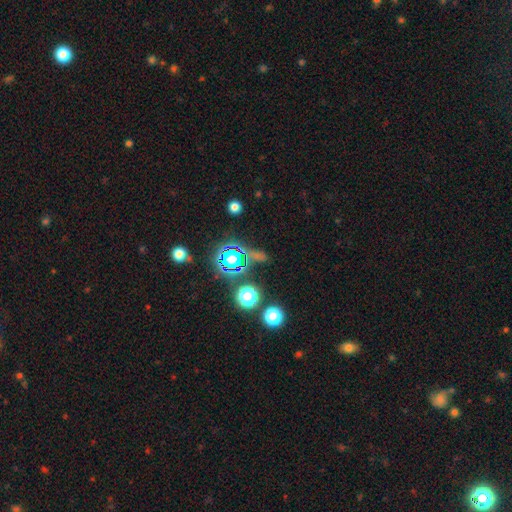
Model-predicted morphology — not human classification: smooth-or-featured: star or artifact: 68% | smooth: 22% | featured or disk: 10%